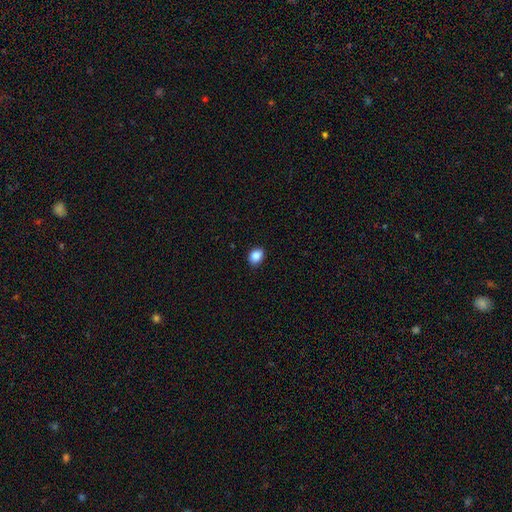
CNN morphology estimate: The model was most divided on "how rounded": in between: 57%, round: 42%, cigar-shaped: 1%. More confident: smooth or featured — smooth (87%); merging — none (86%).